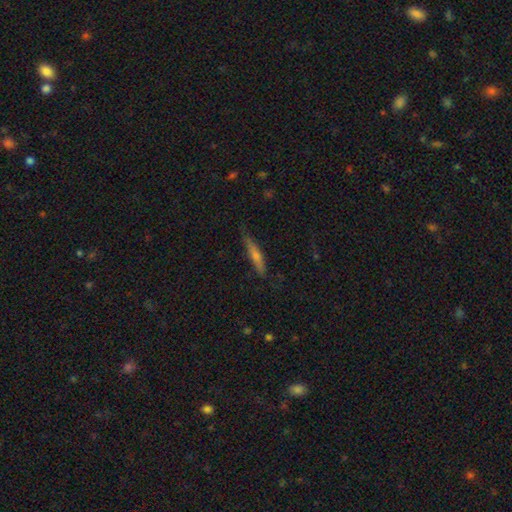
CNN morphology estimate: A featured or disk galaxy (48%). Merging: none (81%).